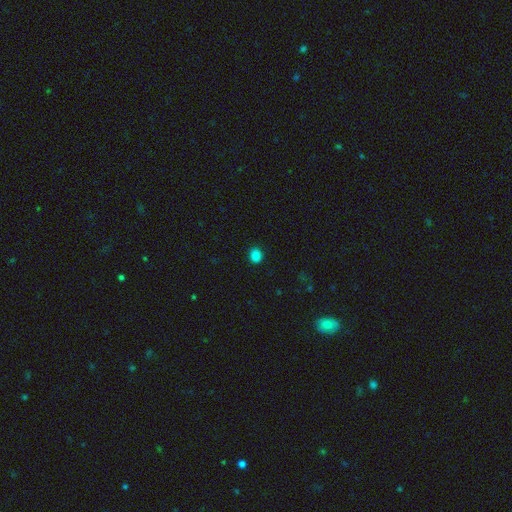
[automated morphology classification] Smooth or featured: smooth — 85% (star or artifact — 13%)
How rounded: round — 60% (in between — 39%)
Merging: none — 90% (minor disturbance — 7%)